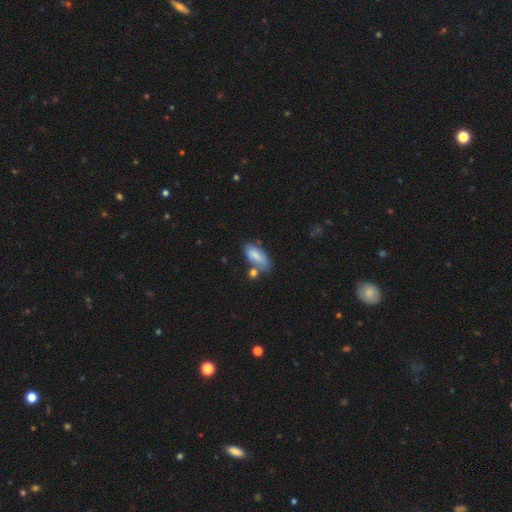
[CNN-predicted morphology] type=smooth (79%); roundness=in between (84%); merging=none (51%).